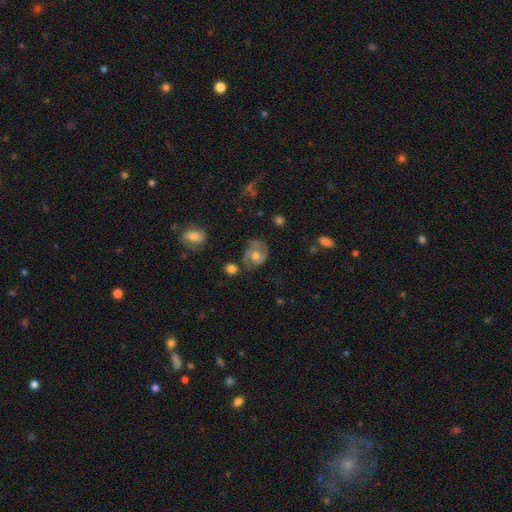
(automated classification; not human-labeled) Smooth or featured? Predicted: featured or disk (p=0.75). Edge-on disk? Predicted: no (p=0.97). Bar? Predicted: no (p=0.66). Spiral arms? Predicted: yes (p=0.91). Spiral winding? Predicted: medium (p=0.50). Spiral arm count? Predicted: 2 (p=0.49). Bulge size? Predicted: moderate (p=0.64). Merging? Predicted: none (p=0.62).